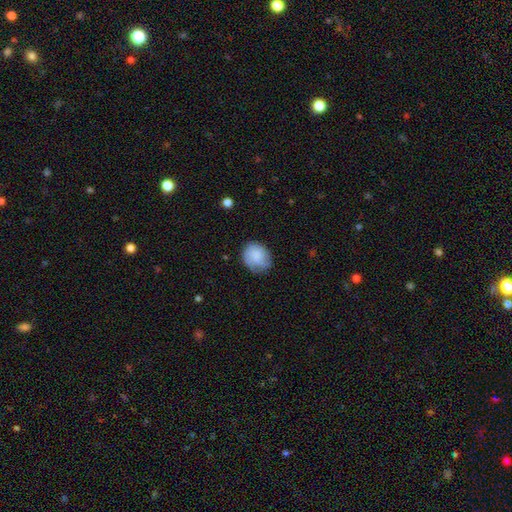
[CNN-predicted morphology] smooth-or-featured: smooth: 75% | featured or disk: 18% | star or artifact: 7%
  how-rounded: round: 55% | in between: 44% | cigar-shaped: 1%
  merging: none: 63% | minor disturbance: 26% | major disturbance: 9% | merger: 1%